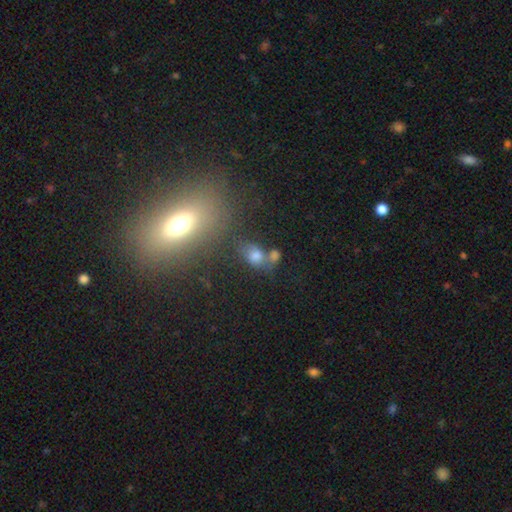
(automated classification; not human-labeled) smooth 68%, star or artifact 18%, featured or disk 14%. Down the decision tree: how rounded — in between (63%); merging — none (49%).